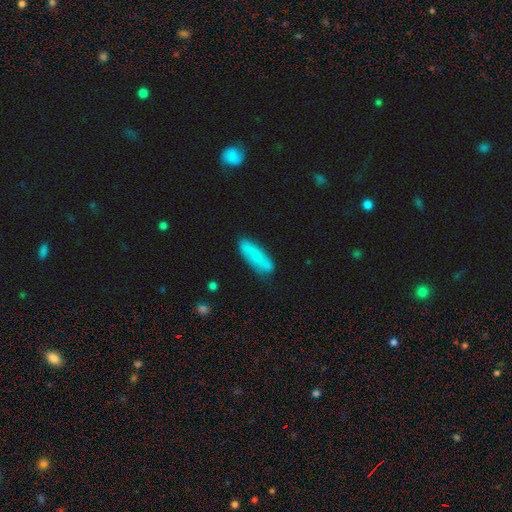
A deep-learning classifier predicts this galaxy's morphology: This appears to be a smooth galaxy with no disk features (76%) that is cigar-shaped (53%). Merging: none (74%).